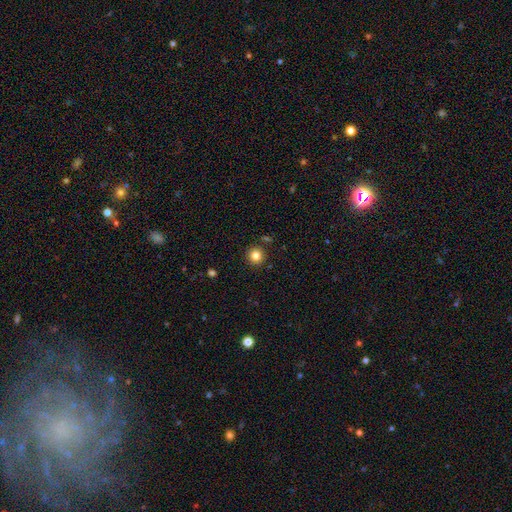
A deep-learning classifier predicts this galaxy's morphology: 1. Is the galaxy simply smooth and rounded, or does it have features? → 82% smooth, 12% star or artifact, 6% featured or disk.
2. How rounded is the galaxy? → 93% round, 6% in between, 1% cigar-shaped.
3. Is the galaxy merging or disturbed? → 89% none, 6% minor disturbance, 3% merger, 2% major disturbance.